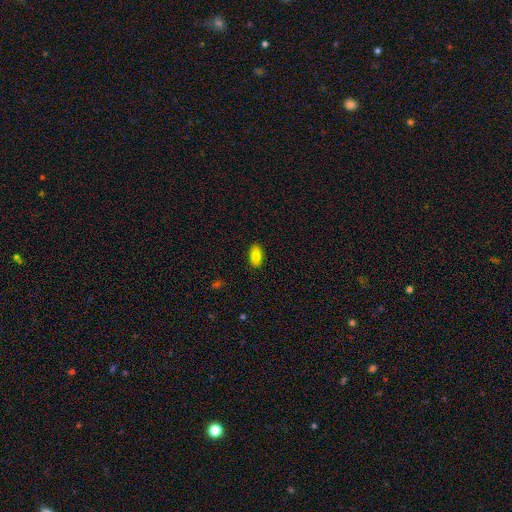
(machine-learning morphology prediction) type=smooth (82%); roundness=in between (91%); merging=none (89%).